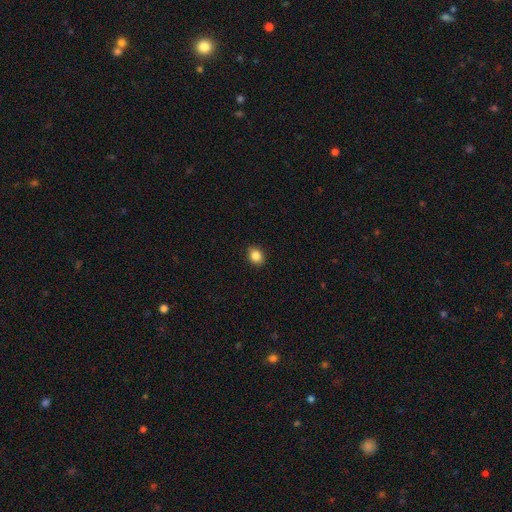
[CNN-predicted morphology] smooth 87%, star or artifact 9%, featured or disk 4%. Down the decision tree: how rounded — round (57%); merging — none (90%).